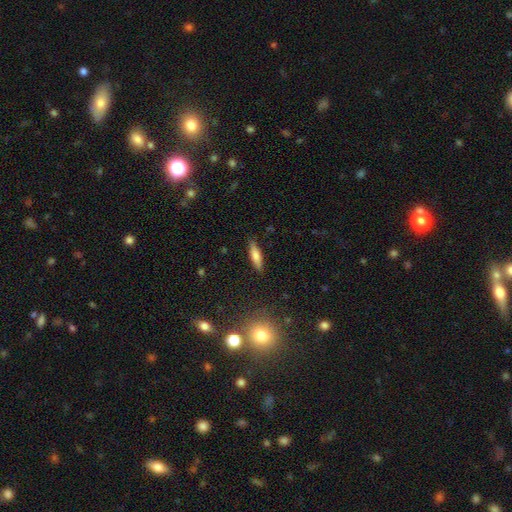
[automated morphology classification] Q: Smooth or featured?
A: smooth (66%); runner-up: featured or disk (26%)
Q: How rounded?
A: cigar-shaped (65%); runner-up: in between (33%)
Q: Merging?
A: none (87%); runner-up: minor disturbance (9%)